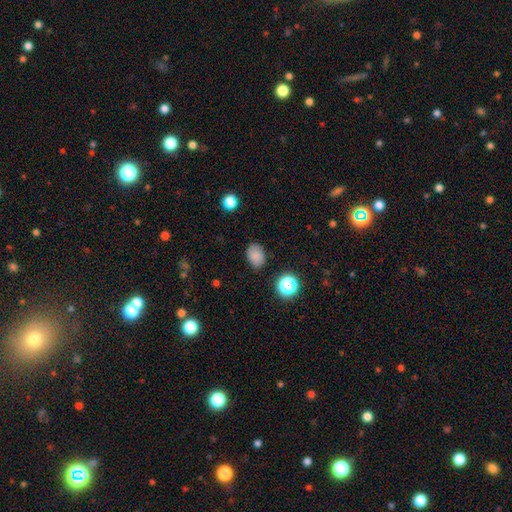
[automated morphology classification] A smooth galaxy with no disk features (81%) that is in between round and cigar-shaped (69%). Merging: none (81%).